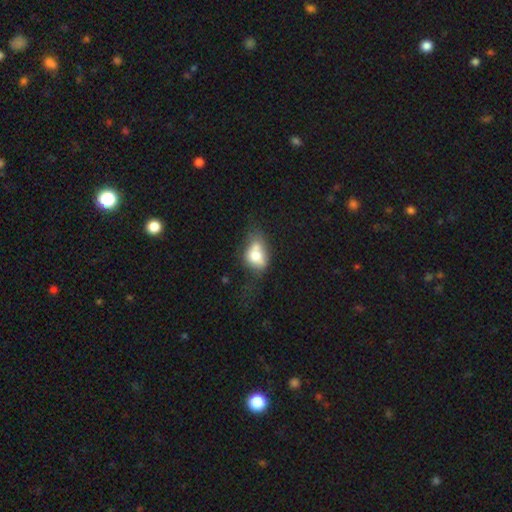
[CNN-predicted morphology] smooth-or-featured: smooth: 64% | featured or disk: 26% | star or artifact: 10%
  how-rounded: in between: 68% | round: 30% | cigar-shaped: 2%
  merging: merger: 35% | none: 23% | major disturbance: 22% | minor disturbance: 21%